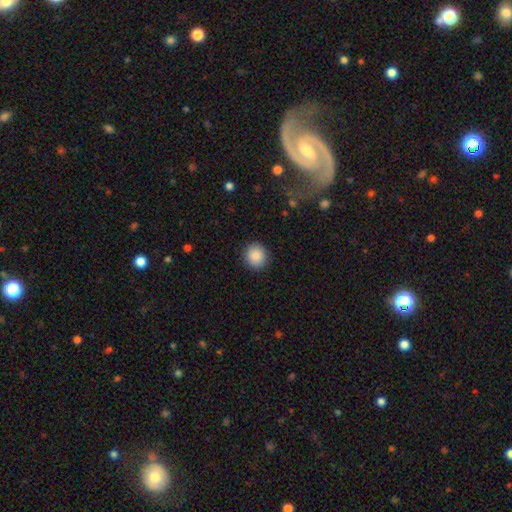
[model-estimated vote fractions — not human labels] Smooth or featured?
  - smooth: 88% *
  - star or artifact: 8%
  - featured or disk: 4%
How rounded?
  - round: 91% *
  - in between: 8%
  - cigar-shaped: 1%
Merging?
  - none: 91% *
  - minor disturbance: 6%
  - major disturbance: 2%
  - merger: 1%